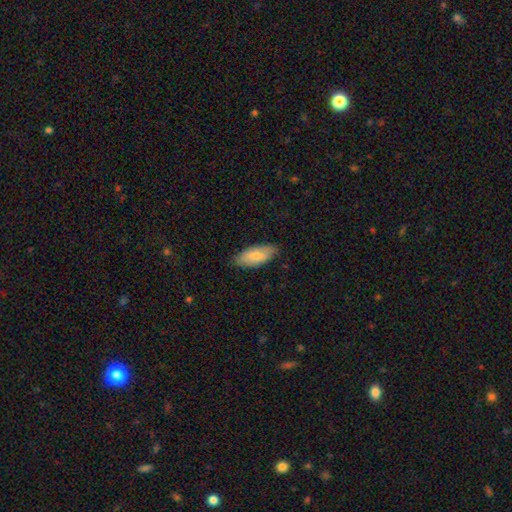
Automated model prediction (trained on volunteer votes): Smooth or featured: smooth — 76% (featured or disk — 18%)
How rounded: in between — 86% (cigar-shaped — 12%)
Merging: none — 80% (minor disturbance — 16%)